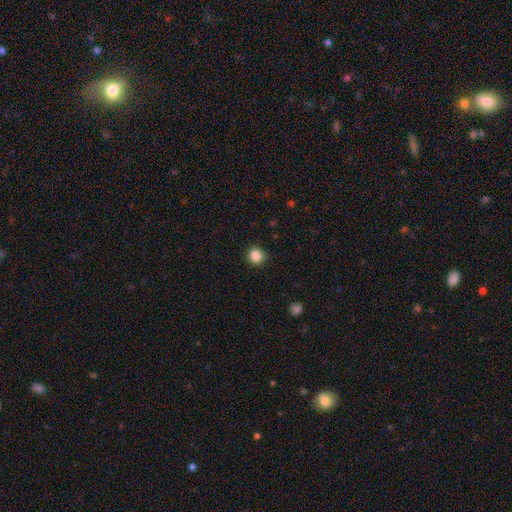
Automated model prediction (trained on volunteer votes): Q: Smooth or featured?
A: smooth (86%); runner-up: star or artifact (11%)
Q: How rounded?
A: round (91%); runner-up: in between (8%)
Q: Merging?
A: none (88%); runner-up: minor disturbance (9%)